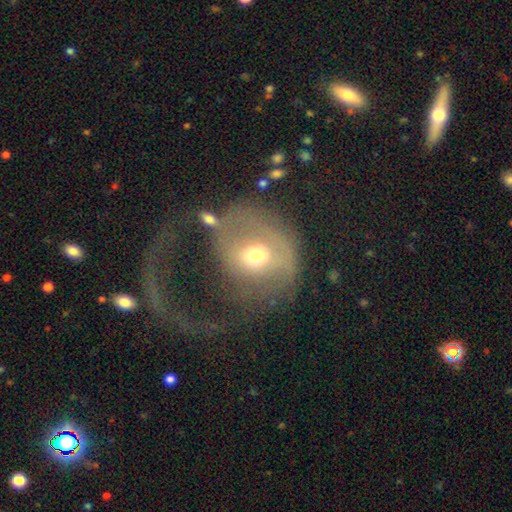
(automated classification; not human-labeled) Smooth or featured? featured or disk (53%)
Edge-on disk? no (96%)
Bar? no (69%)
Spiral arms? yes (51%)
Bulge size? moderate (63%)
Merging? major disturbance (57%)